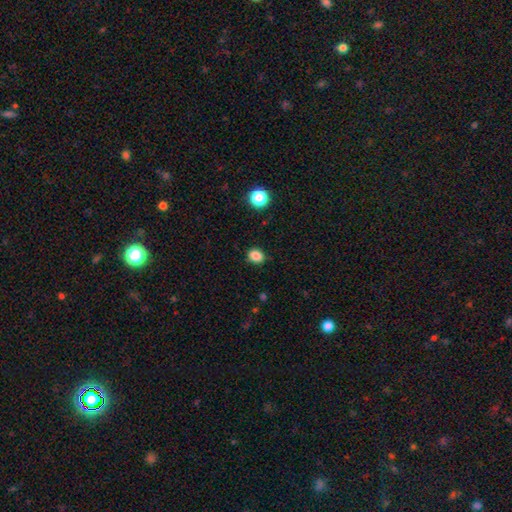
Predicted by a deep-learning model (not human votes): Smooth or featured? Predicted: smooth (p=0.86). How rounded? Predicted: in between (p=0.50). Merging? Predicted: none (p=0.85).